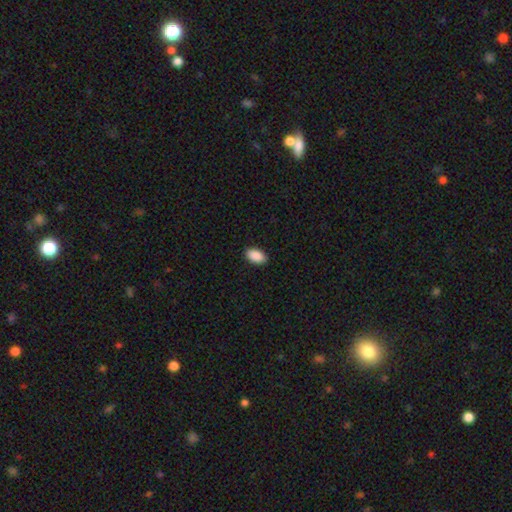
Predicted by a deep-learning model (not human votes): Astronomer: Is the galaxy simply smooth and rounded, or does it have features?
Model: smooth — 91%.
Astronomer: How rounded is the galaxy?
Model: in between — 93%.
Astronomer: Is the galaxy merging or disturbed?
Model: none — 89%.